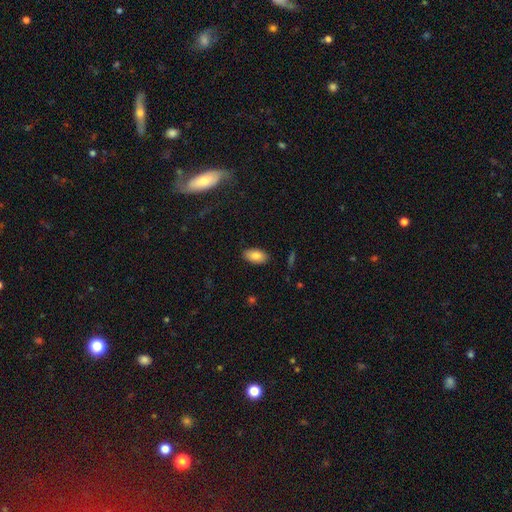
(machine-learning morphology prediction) type=smooth (85%); roundness=in between (94%); merging=none (88%).